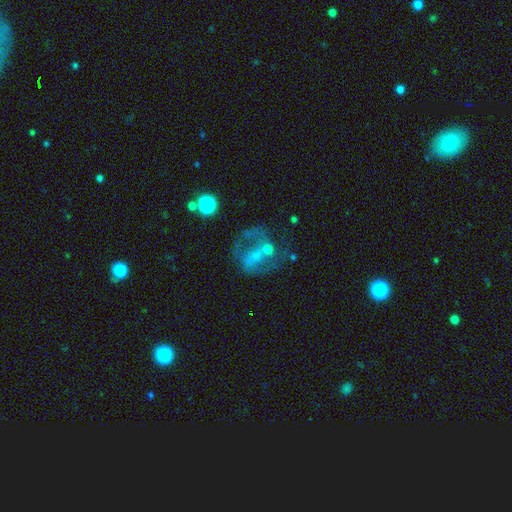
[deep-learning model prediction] Q: Smooth or featured?
A: featured or disk (61%); runner-up: smooth (21%)
Q: Edge-on disk?
A: no (97%); runner-up: yes (3%)
Q: Bar?
A: no (60%); runner-up: weak (29%)
Q: Spiral arms?
A: no (54%); runner-up: yes (46%)
Q: Bulge size?
A: small (40%); runner-up: none (32%)
Q: Merging?
A: none (37%); runner-up: major disturbance (30%)